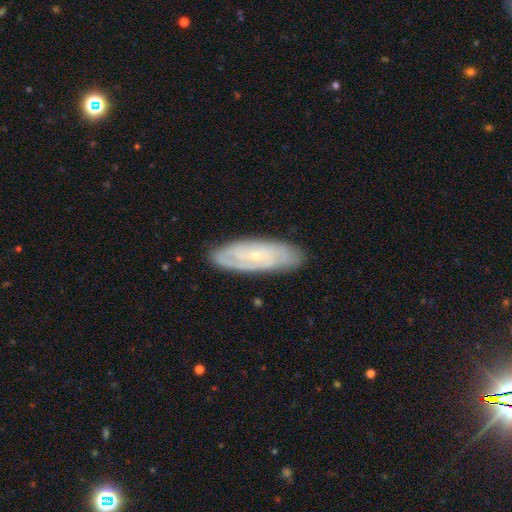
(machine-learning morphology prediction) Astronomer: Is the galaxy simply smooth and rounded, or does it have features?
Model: featured or disk — 73%.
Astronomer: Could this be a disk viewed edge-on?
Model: no — 87%.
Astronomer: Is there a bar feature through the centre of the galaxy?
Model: no — 66%.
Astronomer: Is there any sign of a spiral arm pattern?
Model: yes — 91%.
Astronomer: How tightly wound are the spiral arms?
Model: tight — 67%.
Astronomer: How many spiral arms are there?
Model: can't tell — 43% (runner-up: 2, 29%).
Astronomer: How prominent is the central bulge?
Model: small — 79%.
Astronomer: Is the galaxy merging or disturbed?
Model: none — 82%.